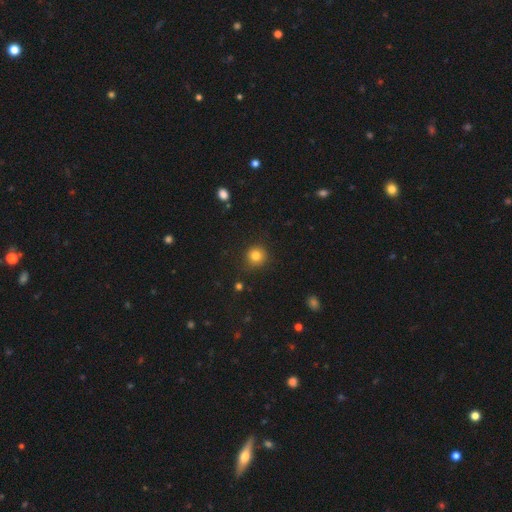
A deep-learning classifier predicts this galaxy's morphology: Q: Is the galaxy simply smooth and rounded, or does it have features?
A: smooth — 82%.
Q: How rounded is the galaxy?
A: round — 93%.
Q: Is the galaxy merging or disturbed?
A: none — 88%.